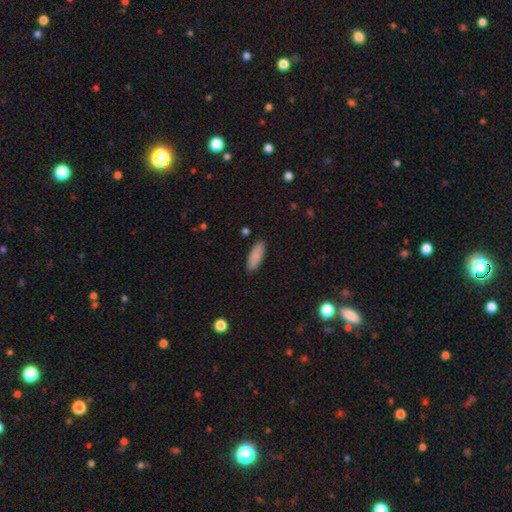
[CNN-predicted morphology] Q: Smooth or featured?
A: smooth (88%); runner-up: star or artifact (6%)
Q: How rounded?
A: in between (72%); runner-up: cigar-shaped (27%)
Q: Merging?
A: none (87%); runner-up: minor disturbance (10%)